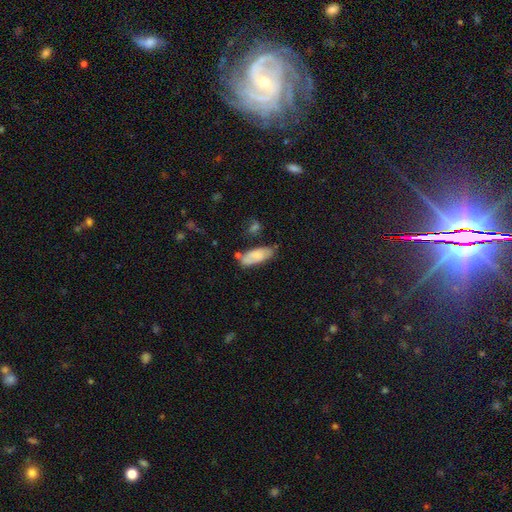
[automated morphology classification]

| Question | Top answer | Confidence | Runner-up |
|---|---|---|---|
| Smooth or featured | smooth | 78% | featured or disk (15%) |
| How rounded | in between | 76% | cigar-shaped (22%) |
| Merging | none | 63% | minor disturbance (23%) |